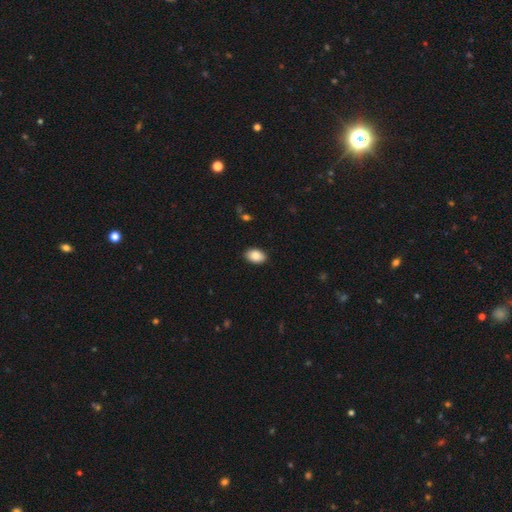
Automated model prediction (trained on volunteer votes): This is clearly a smooth galaxy (88%). How rounded: clearly in between (87%). Merging: clearly none (89%).